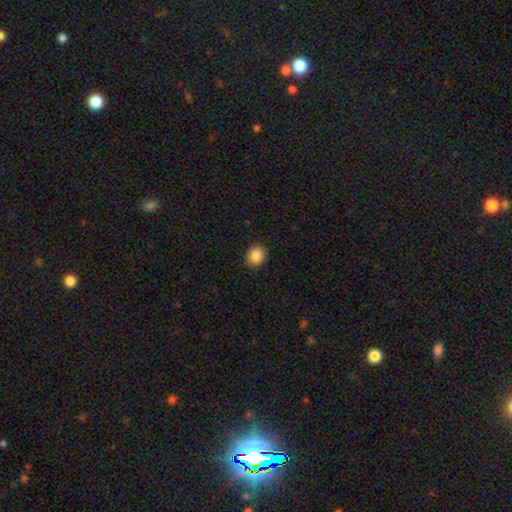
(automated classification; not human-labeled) Smooth or featured? smooth (87%)
How rounded? round (63%)
Merging? none (89%)